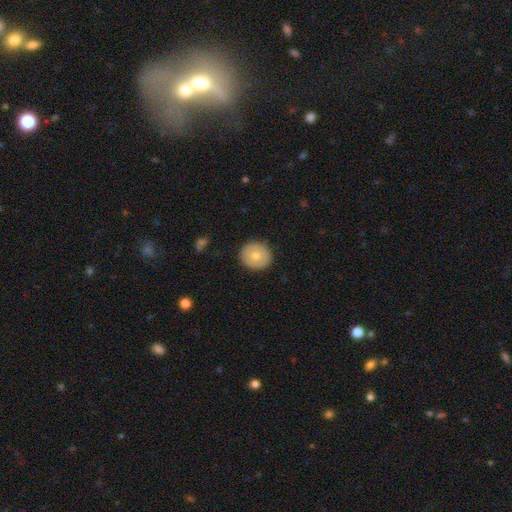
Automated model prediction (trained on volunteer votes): smooth 68%, featured or disk 26%, star or artifact 6%. Down the decision tree: how rounded — round (86%); merging — none (90%).